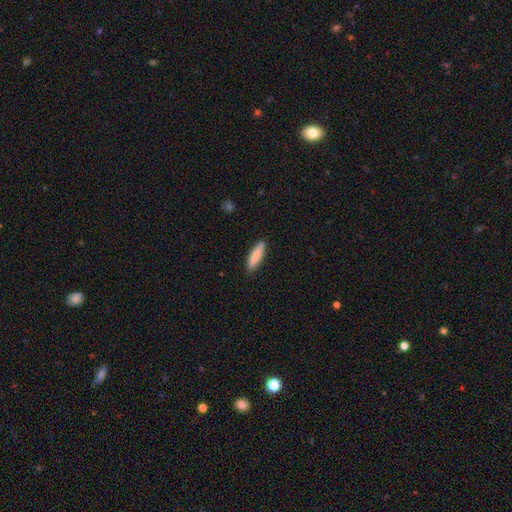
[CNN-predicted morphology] smooth-or-featured: smooth: 84% | featured or disk: 10% | star or artifact: 6%
  how-rounded: cigar-shaped: 75% | in between: 24% | round: 1%
  merging: none: 85% | minor disturbance: 11% | major disturbance: 2% | merger: 1%